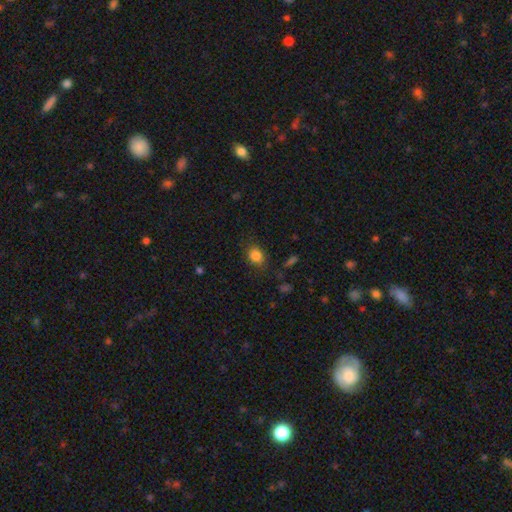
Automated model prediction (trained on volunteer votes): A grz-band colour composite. It shows a smooth galaxy with no disk features (84%) that is round (51%). Merging: none (79%).